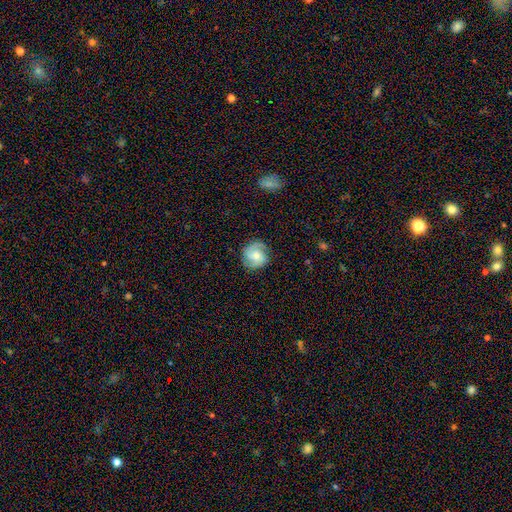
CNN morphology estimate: A featured or disk galaxy (69%) with no bar (61%), 2 (67%) medium (44%) spiral arms (94%) and a moderate central bulge (51%).

Vote fractions:
- Smooth or featured? featured or disk: 69% / smooth: 24% / star or artifact: 7%
- Edge-on disk? no: 98% / yes: 2%
- Bar? no: 61% / weak: 33% / strong: 7%
- Spiral arms? yes: 94% / no: 6%
- Spiral winding? medium: 44% / tight: 42% / loose: 14%
- Spiral arm count? 2: 67% / 3: 13% / can't tell: 11% / 1: 3% / 4: 3% / more than 4: 2%
- Bulge size? moderate: 51% / small: 39% / large: 5% / none: 3% / dominant: 1%
- Merging? none: 80% / minor disturbance: 14% / major disturbance: 4% / merger: 1%